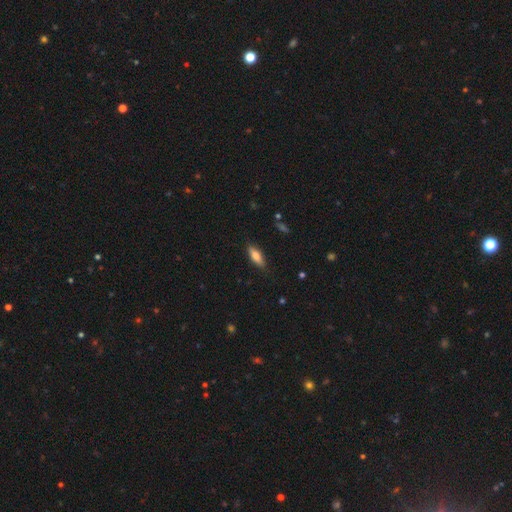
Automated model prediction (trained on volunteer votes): A smooth galaxy with no disk features (70%) that is in between round and cigar-shaped (59%).

Vote fractions:
- Smooth or featured? smooth: 70% / featured or disk: 23% / star or artifact: 7%
- How rounded? in between: 59% / cigar-shaped: 39% / round: 2%
- Merging? none: 84% / minor disturbance: 12% / major disturbance: 2% / merger: 1%